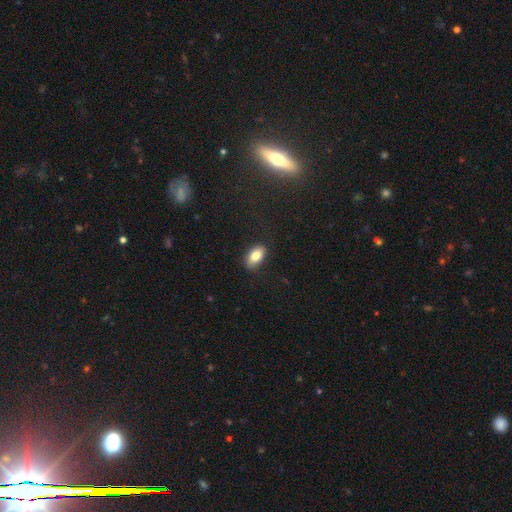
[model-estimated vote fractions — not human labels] Overall: smooth (83%). How rounded: in between (92%). Merging: none (84%).